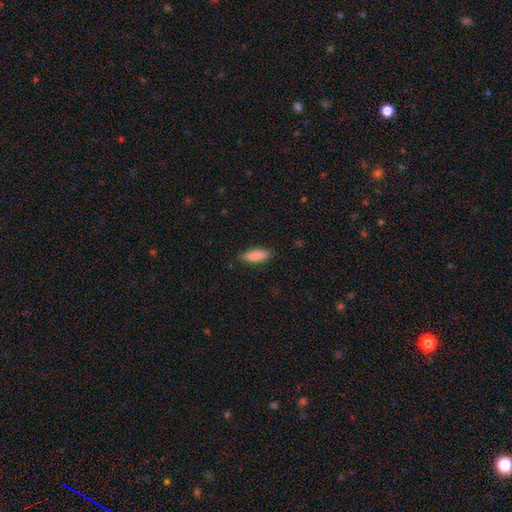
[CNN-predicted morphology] Overall: smooth (87%). How rounded: in between (54%; cigar-shaped 44%). Merging: none (86%).